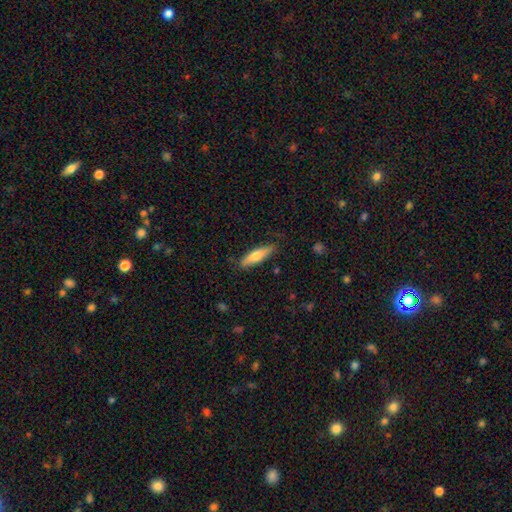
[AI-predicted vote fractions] Morphology: type=smooth (68%); roundness=cigar-shaped (70%); merging=none (83%).